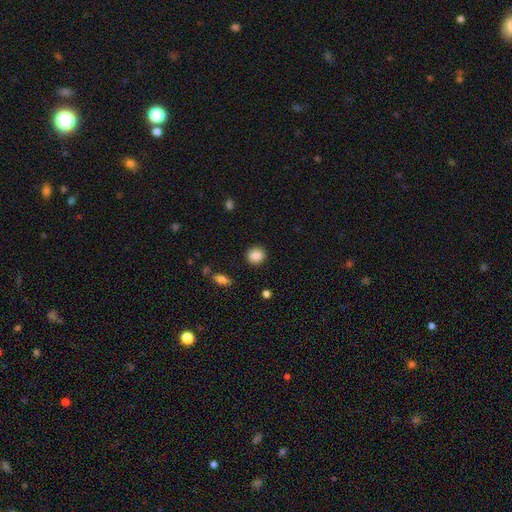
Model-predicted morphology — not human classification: Smooth or featured?
  - smooth: 87% *
  - star or artifact: 8%
  - featured or disk: 5%
How rounded?
  - round: 84% *
  - in between: 15%
  - cigar-shaped: 1%
Merging?
  - none: 89% *
  - minor disturbance: 7%
  - major disturbance: 2%
  - merger: 1%